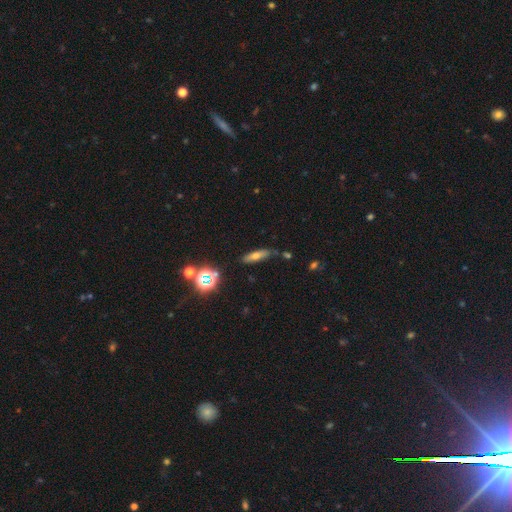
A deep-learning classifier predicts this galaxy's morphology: smooth_or_featured: smooth (p=0.59) [alt: featured or disk p=0.25]
how_rounded: cigar-shaped (p=0.59) [alt: in between p=0.36]
merging: none (p=0.70) [alt: minor disturbance p=0.18]